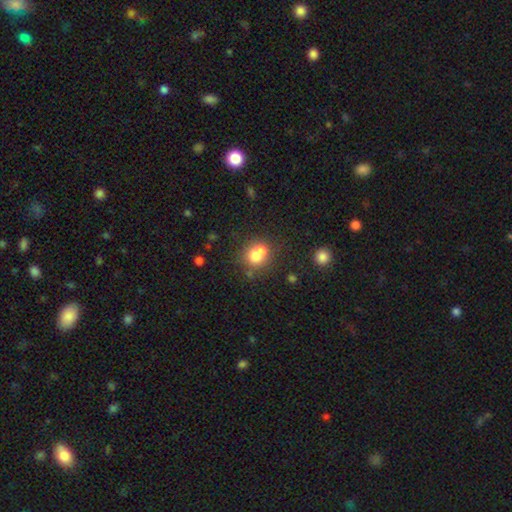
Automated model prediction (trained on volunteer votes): This appears to be a smooth galaxy with no disk features (67%) that is round (76%). Merging: merger (52%).